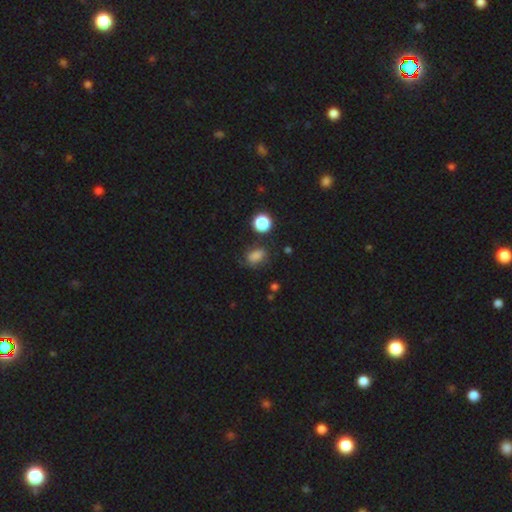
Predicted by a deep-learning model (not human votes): A smooth galaxy with no disk features (80%) that is in between round and cigar-shaped (73%). Merging: none (67%).